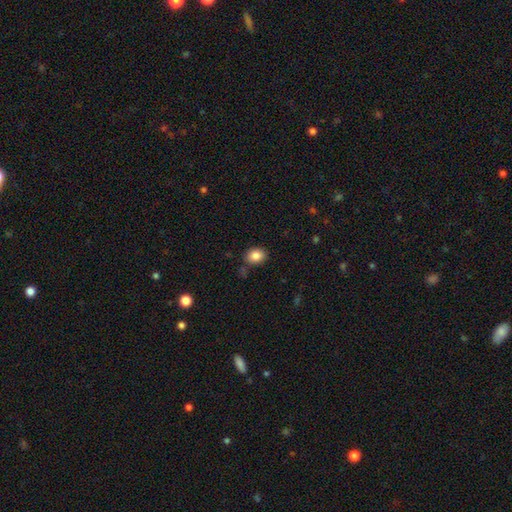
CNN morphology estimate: The model was most divided on "how rounded": in between: 66%, round: 33%, cigar-shaped: 1%. More confident: smooth or featured — smooth (86%); merging — none (80%).